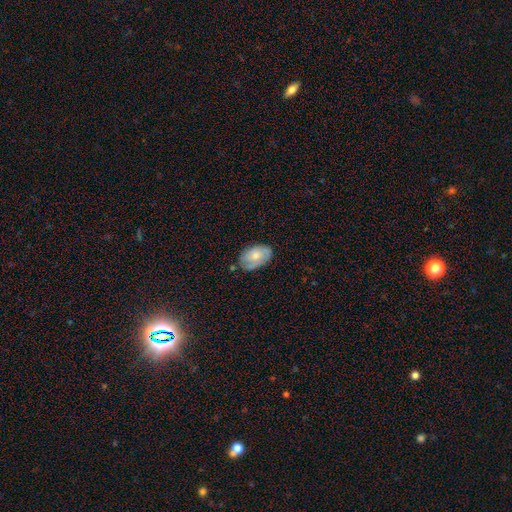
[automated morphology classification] Q: Smooth or featured?
A: smooth (63%); runner-up: featured or disk (31%)
Q: How rounded?
A: in between (90%); runner-up: round (9%)
Q: Merging?
A: none (70%); runner-up: minor disturbance (23%)